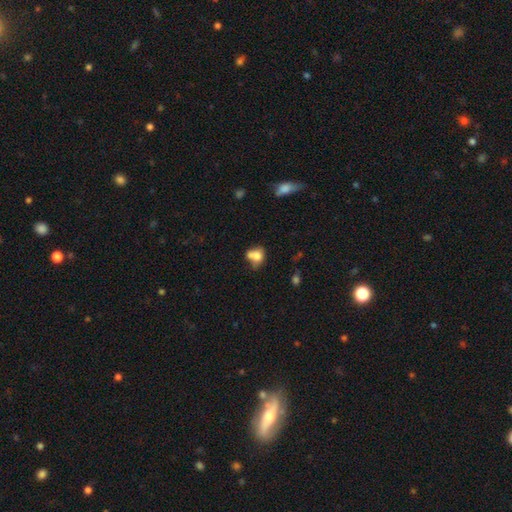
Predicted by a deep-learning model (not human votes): Overall: smooth (74%). How rounded: round (51%; in between 47%). Merging: merger (39%; none 33%).